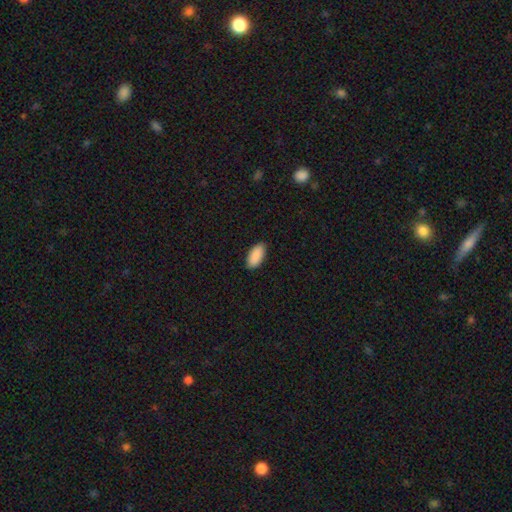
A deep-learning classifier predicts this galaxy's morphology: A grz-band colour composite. It shows a smooth galaxy with no disk features (91%) that is in between round and cigar-shaped (92%). Merging: none (87%).